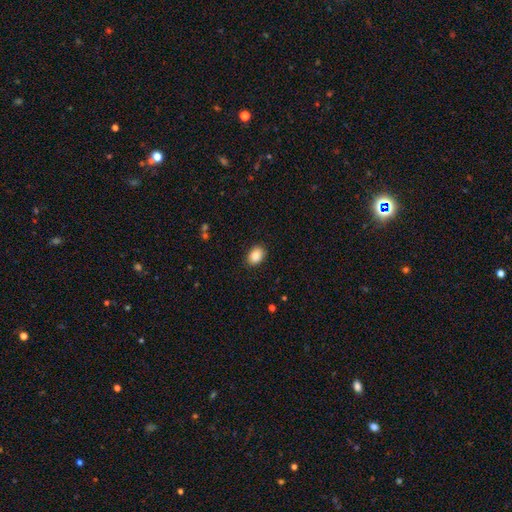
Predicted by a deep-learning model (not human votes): Smooth or featured? Predicted: smooth (p=0.89). How rounded? Predicted: in between (p=0.74). Merging? Predicted: none (p=0.86).